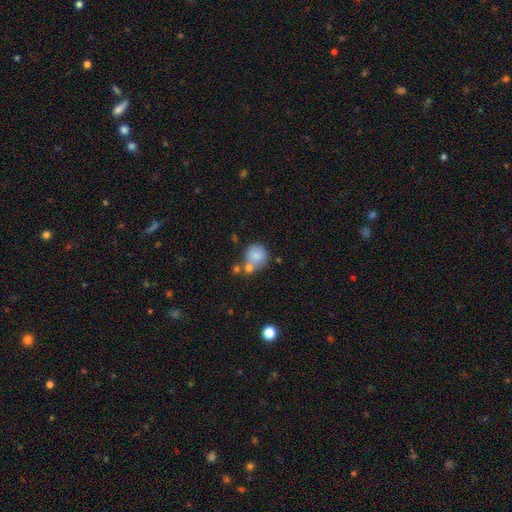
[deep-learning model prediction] A smooth galaxy with no disk features (79%) that is round (83%).

Vote fractions:
- Smooth or featured? smooth: 79% / featured or disk: 12% / star or artifact: 9%
- How rounded? round: 83% / in between: 16% / cigar-shaped: 1%
- Merging? none: 47% / merger: 32% / minor disturbance: 15% / major disturbance: 6%